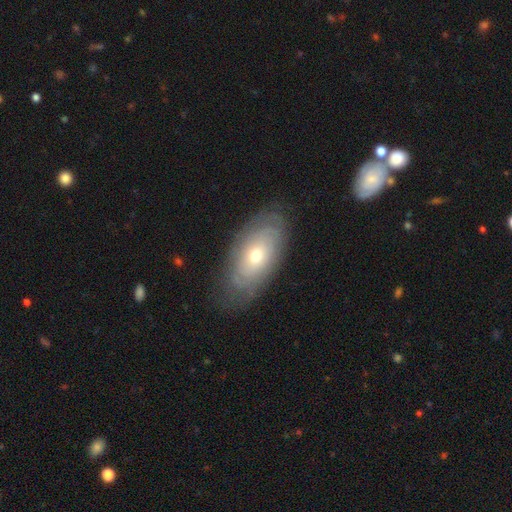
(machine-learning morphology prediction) A featured or disk galaxy (57%) with no bar (86%), spiral arms (63%) and a moderate central bulge (51%). Merging: none (76%).